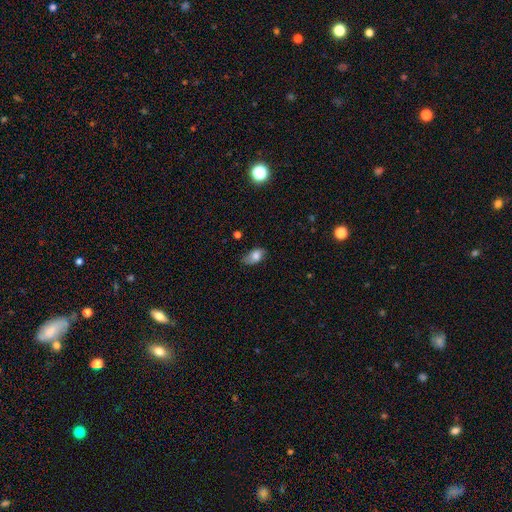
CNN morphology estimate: Q: Smooth or featured?
A: smooth (77%); runner-up: featured or disk (15%)
Q: How rounded?
A: in between (90%); runner-up: round (7%)
Q: Merging?
A: none (62%); runner-up: minor disturbance (30%)